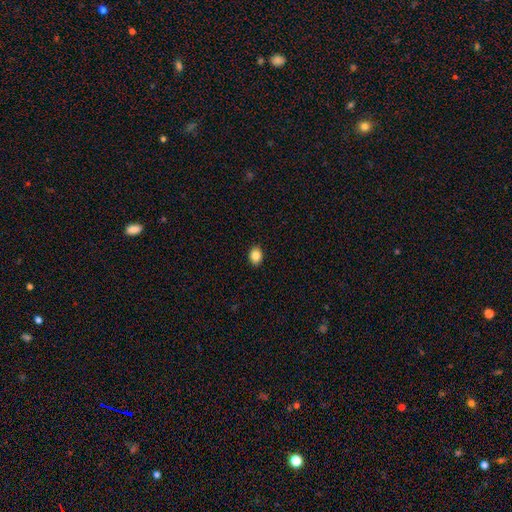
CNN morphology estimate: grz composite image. It shows a smooth galaxy with no disk features (86%) that is in between round and cigar-shaped (59%). Merging: none (91%).